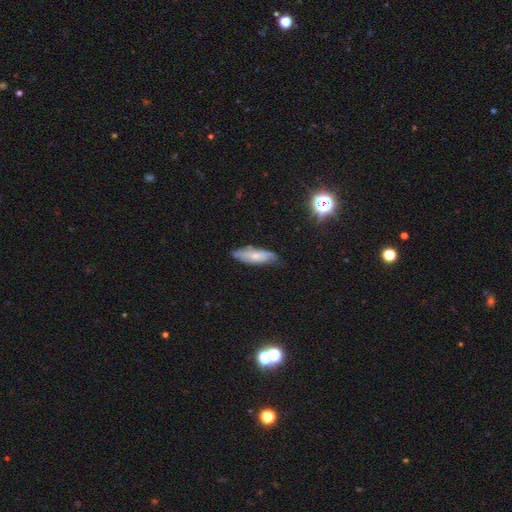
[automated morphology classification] smooth 55%, featured or disk 37%, star or artifact 8%. Down the decision tree: how rounded — in between (56%); merging — none (66%).